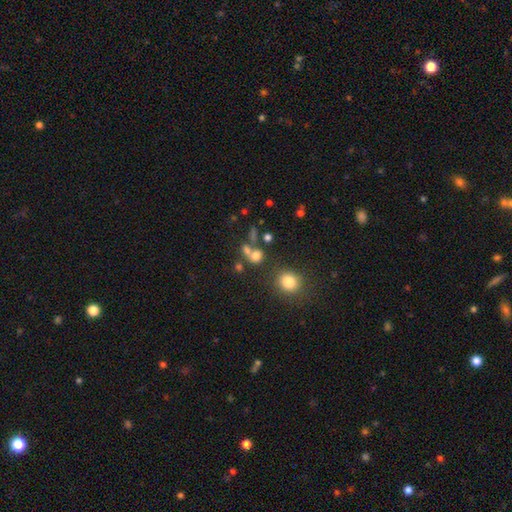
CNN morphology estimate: Q: Smooth or featured?
A: smooth (69%); runner-up: star or artifact (18%)
Q: How rounded?
A: round (71%); runner-up: in between (27%)
Q: Merging?
A: none (44%); runner-up: merger (41%)